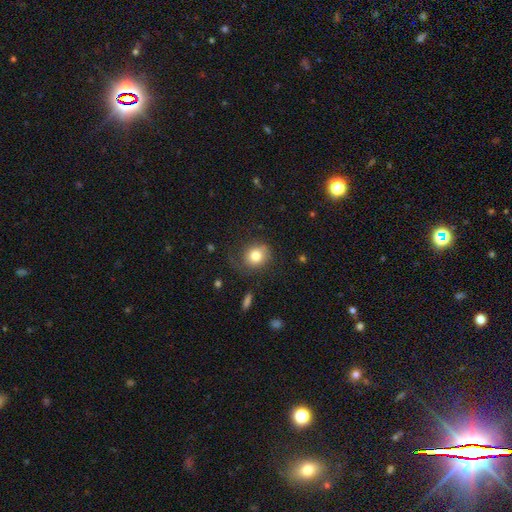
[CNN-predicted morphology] Smooth or featured: smooth — 80% (featured or disk — 11%)
How rounded: round — 76% (in between — 23%)
Merging: none — 66% (minor disturbance — 20%)